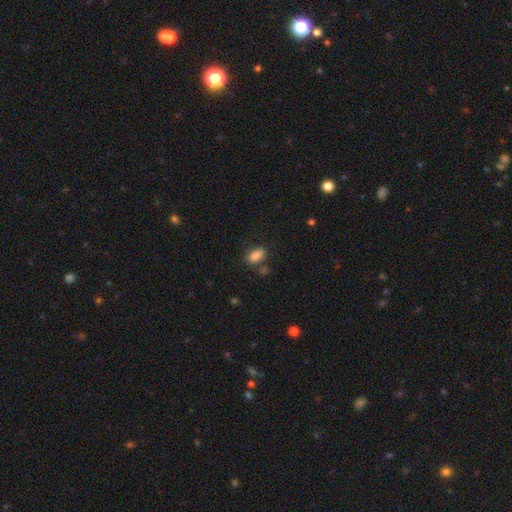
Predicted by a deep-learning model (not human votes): Smooth or featured?
  - smooth: 86% *
  - star or artifact: 9%
  - featured or disk: 5%
How rounded?
  - in between: 89% *
  - round: 6%
  - cigar-shaped: 5%
Merging?
  - none: 72% *
  - minor disturbance: 15%
  - merger: 8%
  - major disturbance: 4%